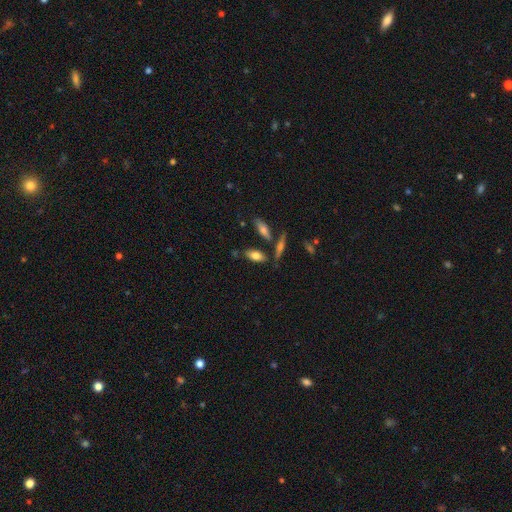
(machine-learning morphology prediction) type=smooth (73%); roundness=in between (82%); merging=none (72%).